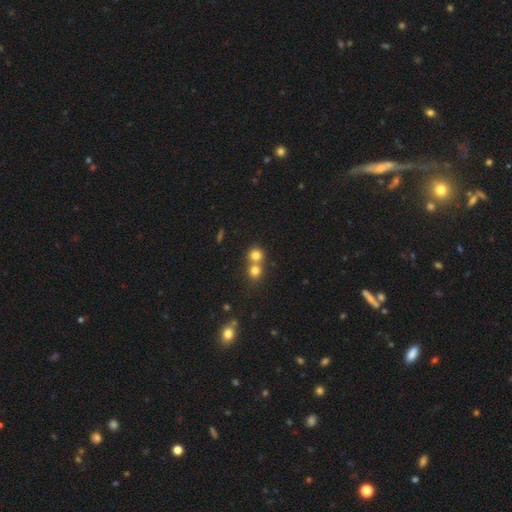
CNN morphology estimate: Overall: smooth (77%). How rounded: round (86%). Merging: merger (53%; none 41%).